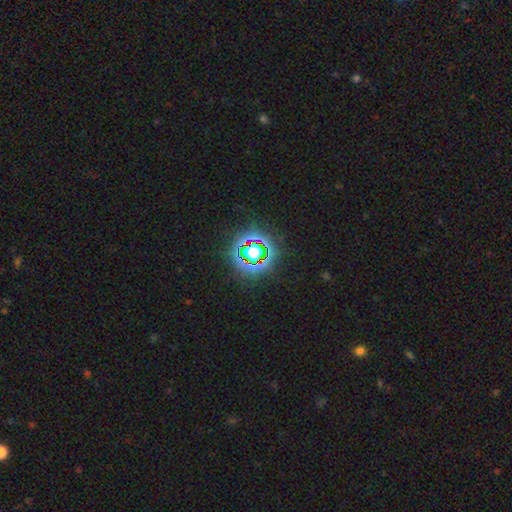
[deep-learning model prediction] star or artifact 78%, smooth 14%, featured or disk 8%.